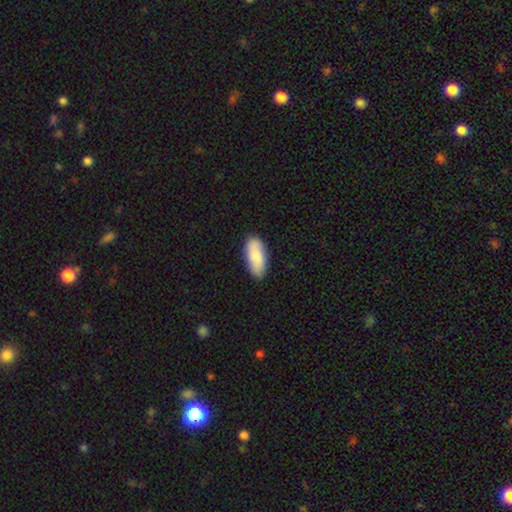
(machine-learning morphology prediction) This is clearly a smooth galaxy (84%). How rounded: clearly in between (87%). Merging: clearly none (85%).